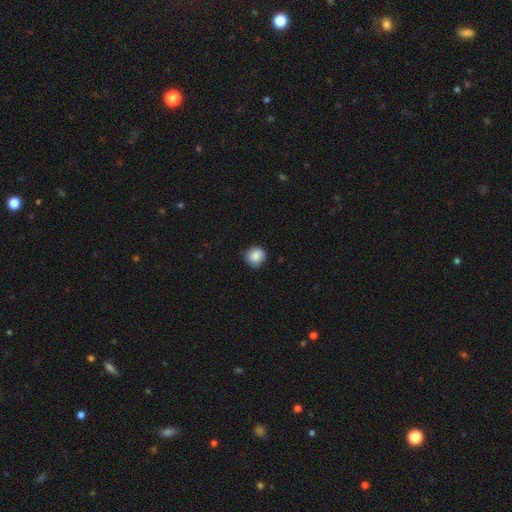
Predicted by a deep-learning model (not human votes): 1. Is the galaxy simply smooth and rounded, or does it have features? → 85% smooth, 8% star or artifact, 7% featured or disk.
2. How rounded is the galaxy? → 88% round, 12% in between, 1% cigar-shaped.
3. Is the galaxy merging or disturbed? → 78% none, 17% minor disturbance, 3% major disturbance, 1% merger.